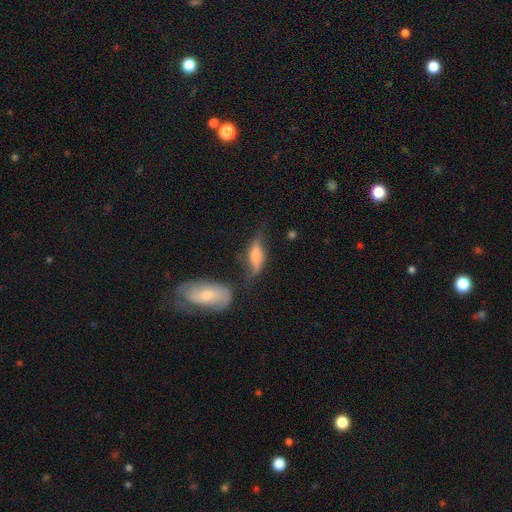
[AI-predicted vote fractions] This appears to be a smooth galaxy with no disk features (48%). Merging: none (37%).